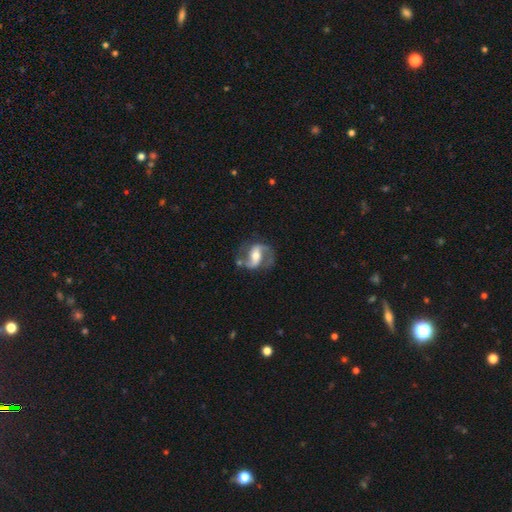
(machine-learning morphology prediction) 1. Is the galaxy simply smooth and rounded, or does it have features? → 86% featured or disk, 9% smooth, 5% star or artifact.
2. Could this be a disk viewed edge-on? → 97% no, 3% yes.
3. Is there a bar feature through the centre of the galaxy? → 45% strong, 35% weak, 20% no.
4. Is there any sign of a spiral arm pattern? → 95% yes, 5% no.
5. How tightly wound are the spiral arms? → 51% medium, 35% loose, 14% tight.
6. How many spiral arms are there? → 91% 2, 3% 1, 3% can't tell, 1% 3, 1% 4, 1% more than 4.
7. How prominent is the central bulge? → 64% moderate, 21% small, 12% large, 2% none, 1% dominant.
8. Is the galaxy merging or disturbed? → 73% none, 15% minor disturbance, 9% major disturbance, 3% merger.